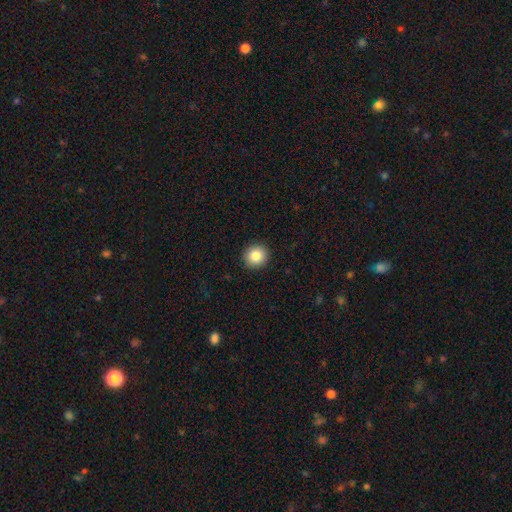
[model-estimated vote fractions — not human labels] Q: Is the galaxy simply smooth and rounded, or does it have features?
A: smooth — 85%.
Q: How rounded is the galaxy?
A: round — 87%.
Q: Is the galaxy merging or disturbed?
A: none — 92%.